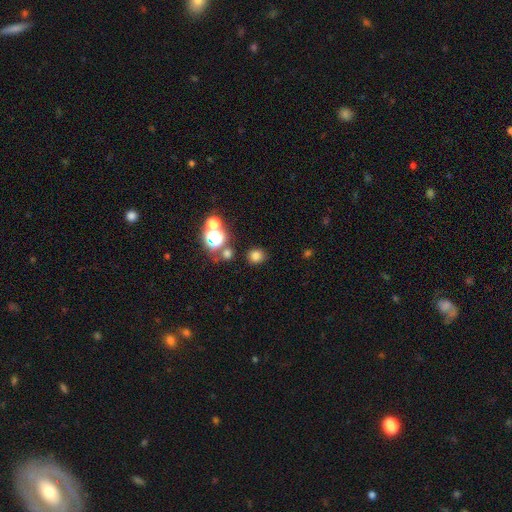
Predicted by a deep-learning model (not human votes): A smooth galaxy with no disk features (74%) that is round (84%). Merging: none (83%).